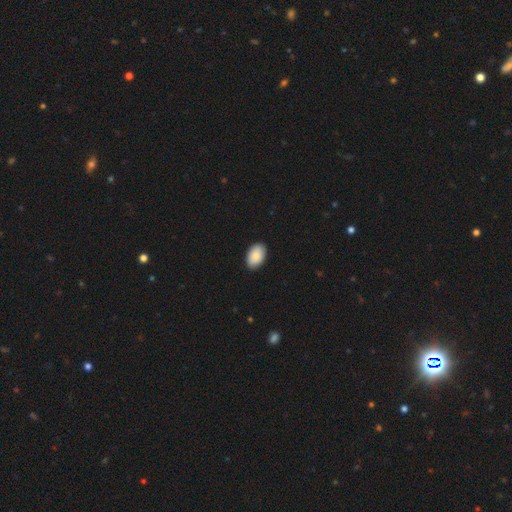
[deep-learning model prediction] Overall: smooth (87%). How rounded: in between (93%). Merging: none (88%).